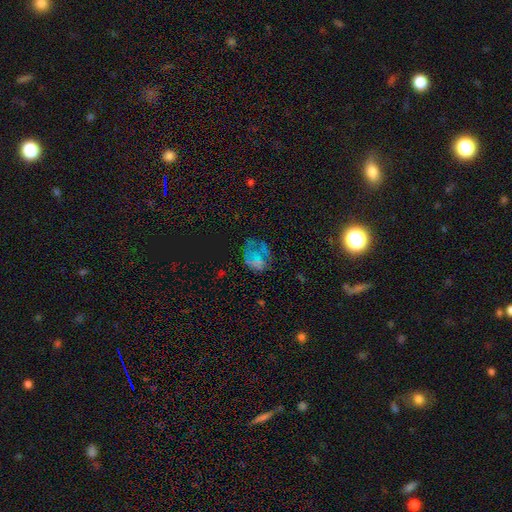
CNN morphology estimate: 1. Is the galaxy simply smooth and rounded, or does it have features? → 38% smooth, 31% star or artifact, 30% featured or disk.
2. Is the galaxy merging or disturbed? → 41% none, 30% major disturbance, 24% minor disturbance, 5% merger.